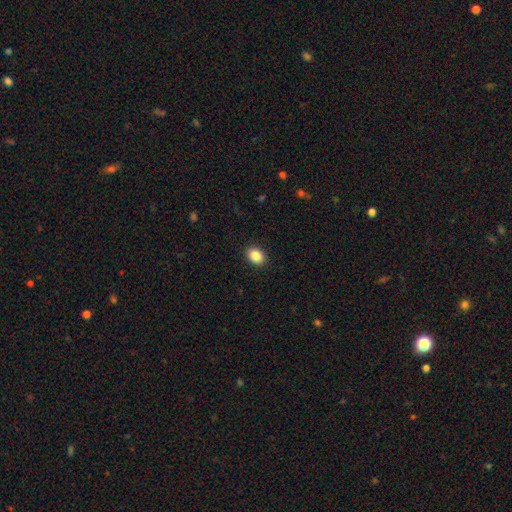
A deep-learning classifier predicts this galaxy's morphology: Smooth or featured? smooth (87%)
How rounded? in between (70%)
Merging? none (90%)